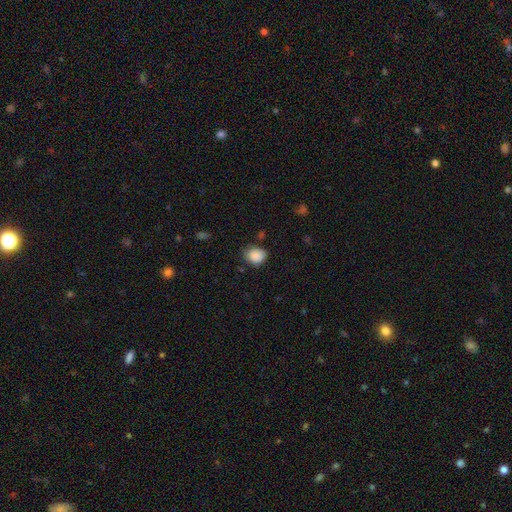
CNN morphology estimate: This is clearly a smooth galaxy (87%). How rounded: possibly round (55%). Merging: likely none (66%).